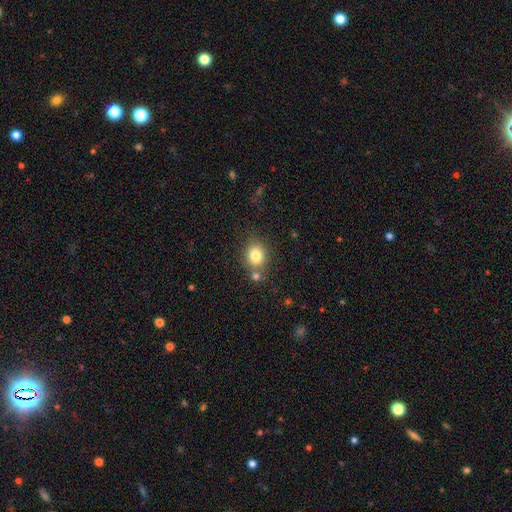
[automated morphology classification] Smooth or featured: smooth — 81% (star or artifact — 10%)
How rounded: round — 62% (in between — 37%)
Merging: none — 66% (merger — 17%)